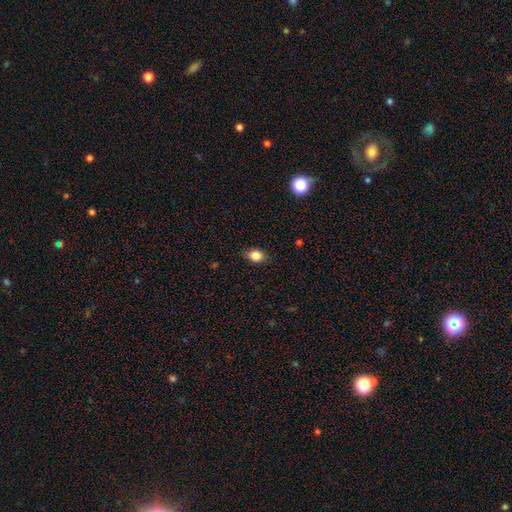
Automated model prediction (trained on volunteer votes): Smooth or featured? smooth (84%)
How rounded? in between (59%)
Merging? none (82%)